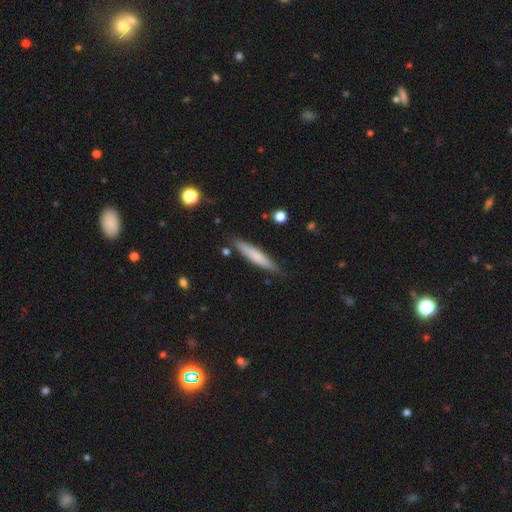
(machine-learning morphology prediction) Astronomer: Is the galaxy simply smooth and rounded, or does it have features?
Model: smooth — 68%.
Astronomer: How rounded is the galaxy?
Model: cigar-shaped — 90%.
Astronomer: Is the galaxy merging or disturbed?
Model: none — 84%.